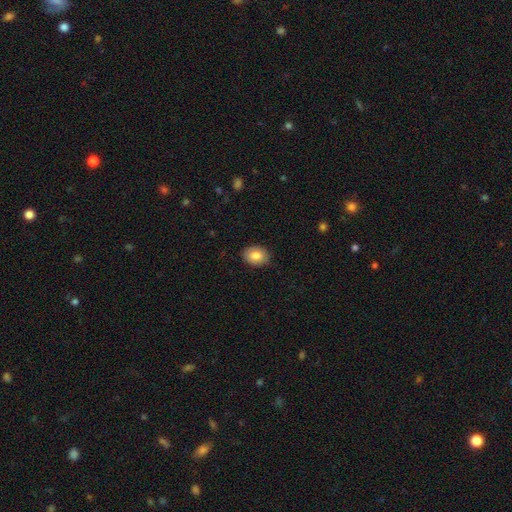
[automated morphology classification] Q: Smooth or featured?
A: smooth (83%); runner-up: featured or disk (9%)
Q: How rounded?
A: in between (68%); runner-up: round (31%)
Q: Merging?
A: none (87%); runner-up: minor disturbance (10%)